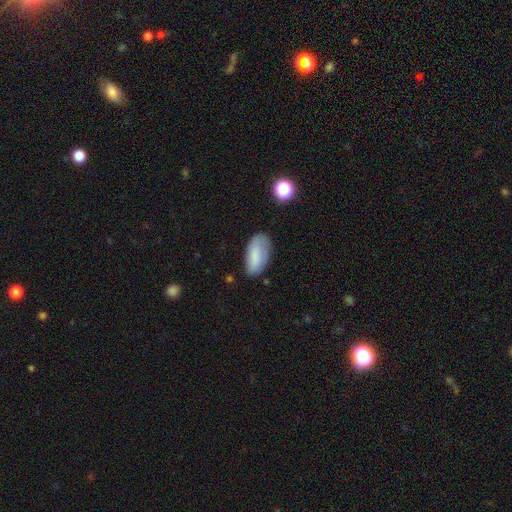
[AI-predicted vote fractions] This appears to be a smooth galaxy with no disk features (79%) that is in between round and cigar-shaped (92%). Merging: none (67%).